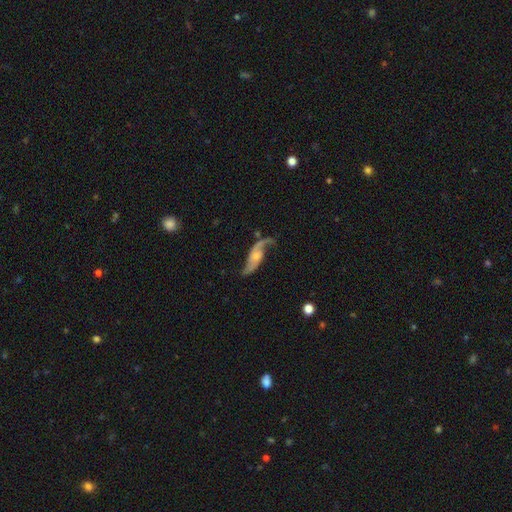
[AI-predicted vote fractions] featured or disk 83%, smooth 12%, star or artifact 6%. Down the decision tree: edge-on disk — no (92%); bar — no (61%); spiral arms — yes (95%); spiral arm count — 2 (88%); spiral winding — loose (80%); bulge size — small (45%); merging — none (62%).